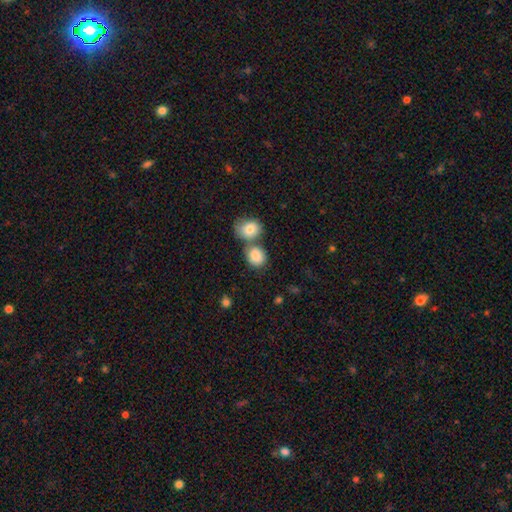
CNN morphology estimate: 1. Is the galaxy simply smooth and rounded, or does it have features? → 85% smooth, 8% star or artifact, 7% featured or disk.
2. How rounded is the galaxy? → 63% round, 36% in between, 1% cigar-shaped.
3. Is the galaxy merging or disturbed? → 44% none, 43% merger, 9% minor disturbance, 3% major disturbance.